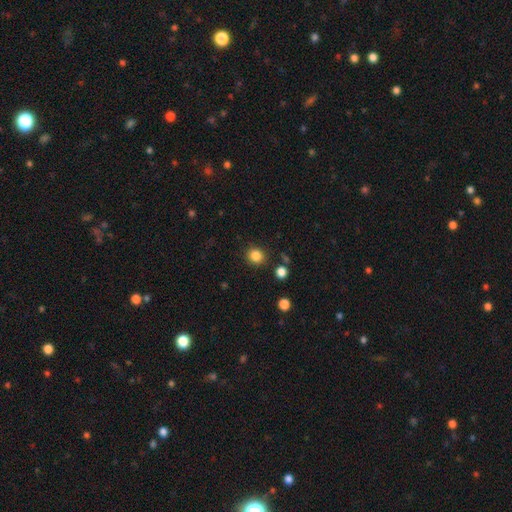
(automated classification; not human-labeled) Q: Smooth or featured?
A: smooth (85%); runner-up: star or artifact (11%)
Q: How rounded?
A: round (88%); runner-up: in between (11%)
Q: Merging?
A: none (87%); runner-up: minor disturbance (8%)